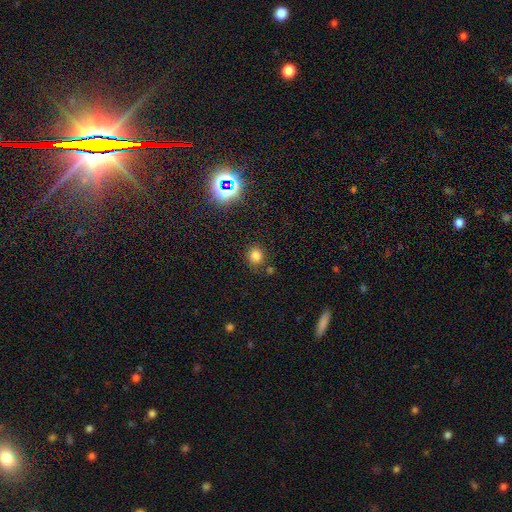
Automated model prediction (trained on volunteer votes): This is likely a smooth galaxy (77%). How rounded: clearly round (84%). Merging: clearly none (80%).